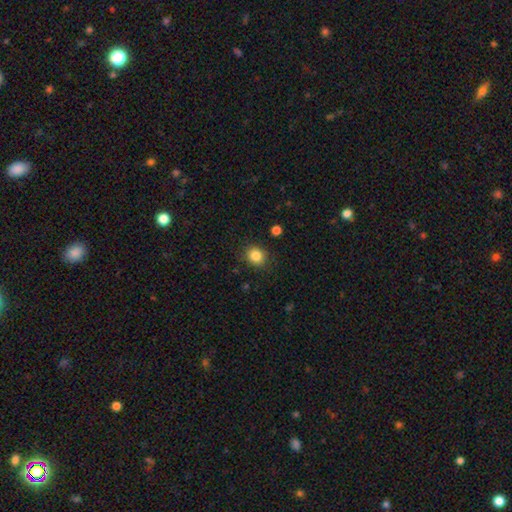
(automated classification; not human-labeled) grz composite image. It shows a smooth galaxy with no disk features (85%) that is round (78%). Merging: none (88%).